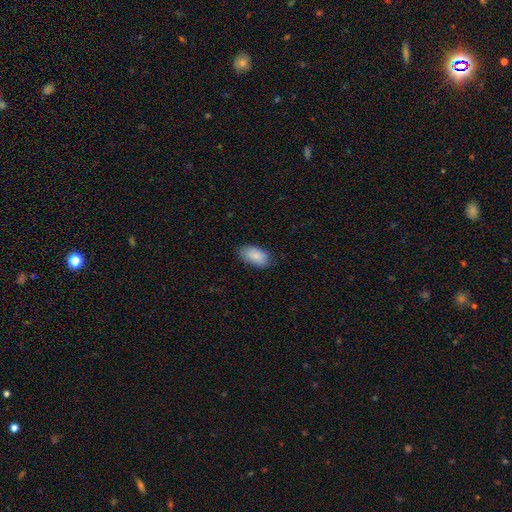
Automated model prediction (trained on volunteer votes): Q: Smooth or featured?
A: smooth (88%); runner-up: featured or disk (6%)
Q: How rounded?
A: in between (95%); runner-up: round (3%)
Q: Merging?
A: none (79%); runner-up: minor disturbance (17%)